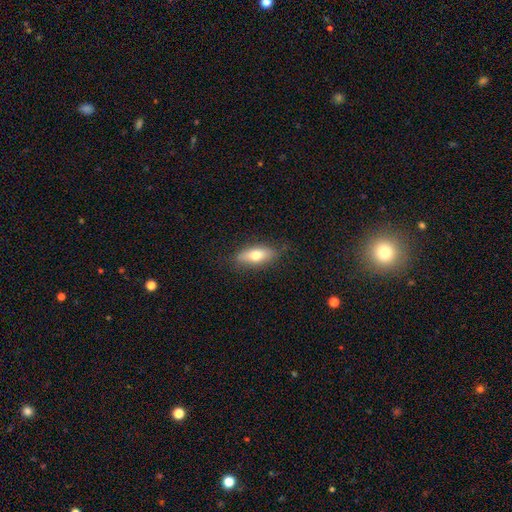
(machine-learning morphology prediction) Q: Smooth or featured?
A: smooth (70%); runner-up: featured or disk (23%)
Q: How rounded?
A: in between (73%); runner-up: cigar-shaped (24%)
Q: Merging?
A: none (81%); runner-up: minor disturbance (15%)